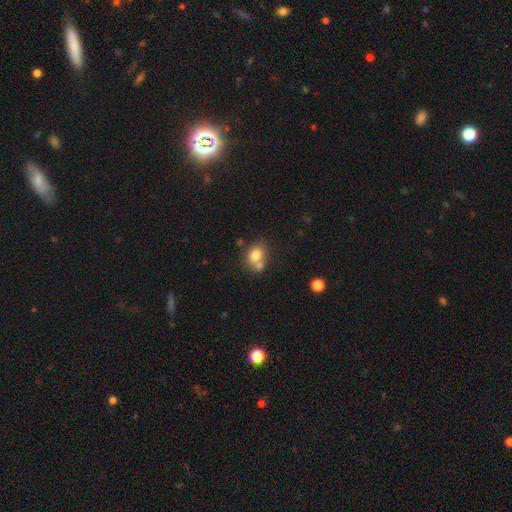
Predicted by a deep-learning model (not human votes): Smooth or featured: smooth — 78% (featured or disk — 12%)
How rounded: in between — 50% (round — 49%)
Merging: none — 47% (merger — 36%)